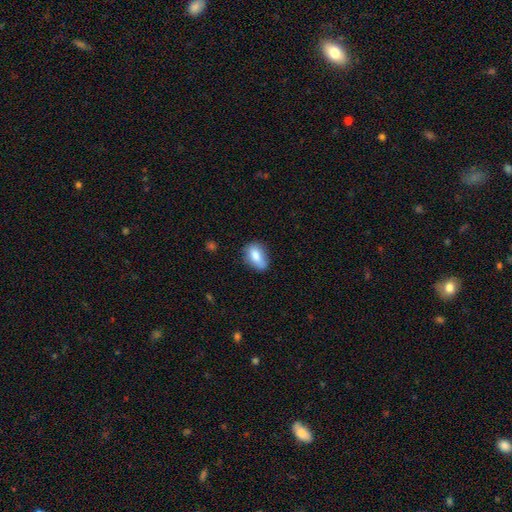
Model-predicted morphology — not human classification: This appears to be a smooth galaxy with no disk features (80%) that is in between round and cigar-shaped (85%). Merging: none (63%).